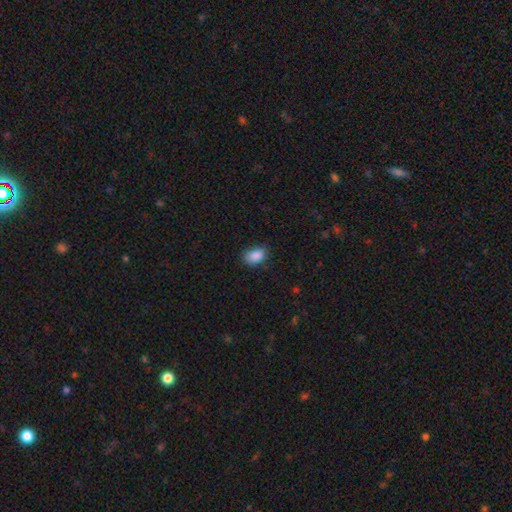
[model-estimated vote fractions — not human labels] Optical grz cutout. It shows a smooth galaxy with no disk features (88%) that is in between round and cigar-shaped (88%). Merging: none (77%).